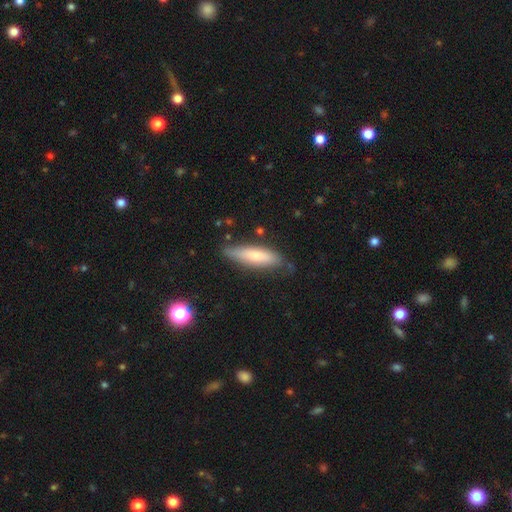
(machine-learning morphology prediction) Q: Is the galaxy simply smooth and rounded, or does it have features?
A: smooth — 71%.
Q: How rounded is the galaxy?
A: cigar-shaped — 69%.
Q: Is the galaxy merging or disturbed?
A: none — 76%.